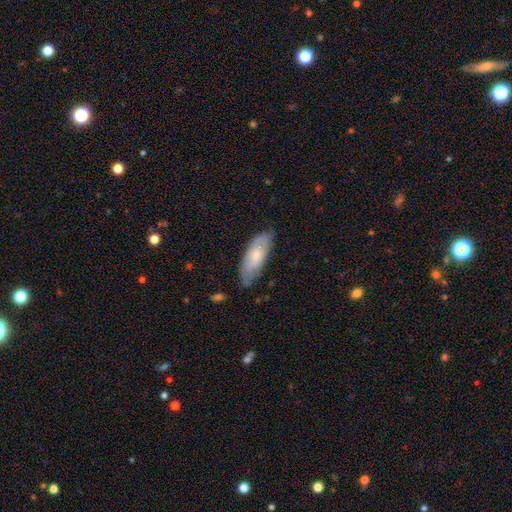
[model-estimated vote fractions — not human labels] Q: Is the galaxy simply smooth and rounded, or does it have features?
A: smooth — 63%.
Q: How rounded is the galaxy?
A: in between — 74%.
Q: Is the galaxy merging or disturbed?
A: none — 69%.